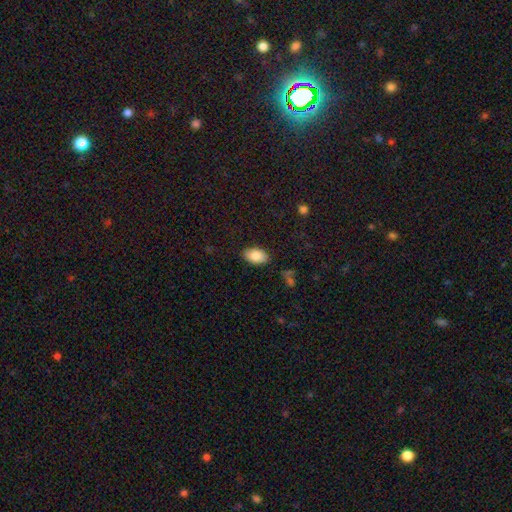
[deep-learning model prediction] A smooth galaxy with no disk features (85%) that is in between round and cigar-shaped (92%).

Vote fractions:
- Smooth or featured? smooth: 85% / featured or disk: 8% / star or artifact: 7%
- How rounded? in between: 92% / round: 7% / cigar-shaped: 1%
- Merging? none: 85% / minor disturbance: 11% / major disturbance: 3% / merger: 1%